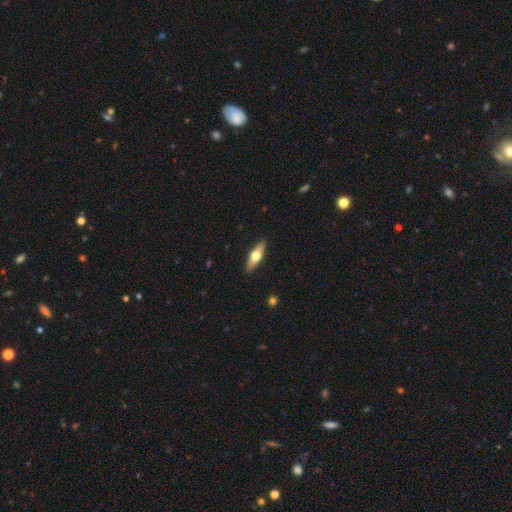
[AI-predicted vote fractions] Smooth or featured?
  - smooth: 48% *
  - featured or disk: 47%
  - star or artifact: 5%
Merging?
  - none: 89% *
  - minor disturbance: 8%
  - major disturbance: 2%
  - merger: 1%